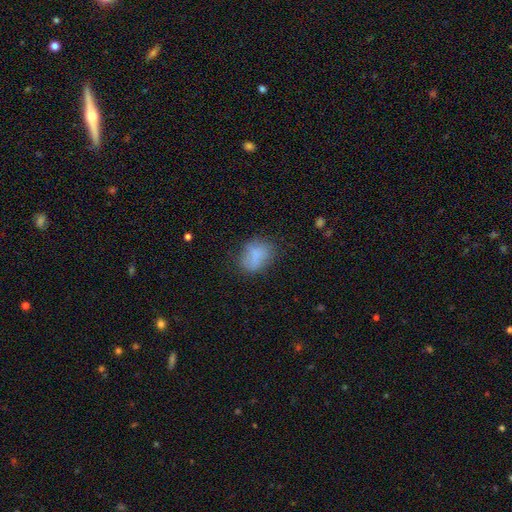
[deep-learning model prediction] A smooth galaxy with no disk features (76%) that is in between round and cigar-shaped (67%).

Vote fractions:
- Smooth or featured? smooth: 76% / featured or disk: 14% / star or artifact: 10%
- How rounded? in between: 67% / round: 32% / cigar-shaped: 2%
- Merging? none: 62% / minor disturbance: 24% / major disturbance: 10% / merger: 4%